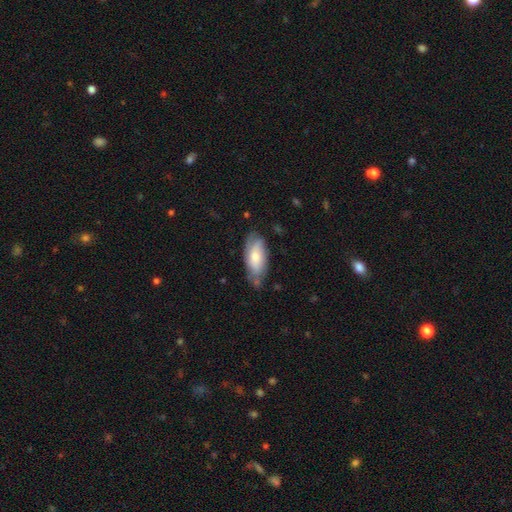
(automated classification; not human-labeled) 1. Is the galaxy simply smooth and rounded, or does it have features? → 59% smooth, 35% featured or disk, 7% star or artifact.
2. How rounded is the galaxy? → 81% in between, 17% cigar-shaped, 2% round.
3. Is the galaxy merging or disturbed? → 67% none, 25% minor disturbance, 5% major disturbance, 3% merger.